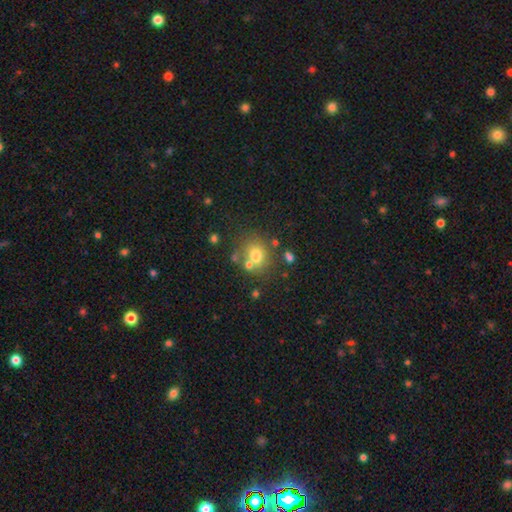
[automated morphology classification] Smooth or featured? smooth (71%)
How rounded? round (70%)
Merging? none (63%)